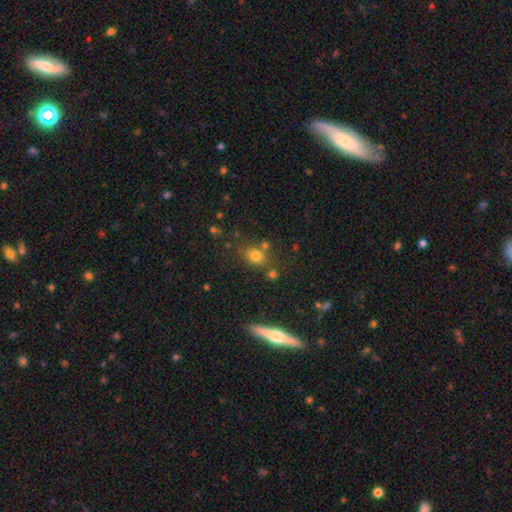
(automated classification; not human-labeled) A smooth galaxy with no disk features (74%) that is round (60%).

Vote fractions:
- Smooth or featured? smooth: 74% / star or artifact: 17% / featured or disk: 9%
- How rounded? round: 60% / in between: 38% / cigar-shaped: 2%
- Merging? none: 66% / minor disturbance: 14% / merger: 14% / major disturbance: 6%